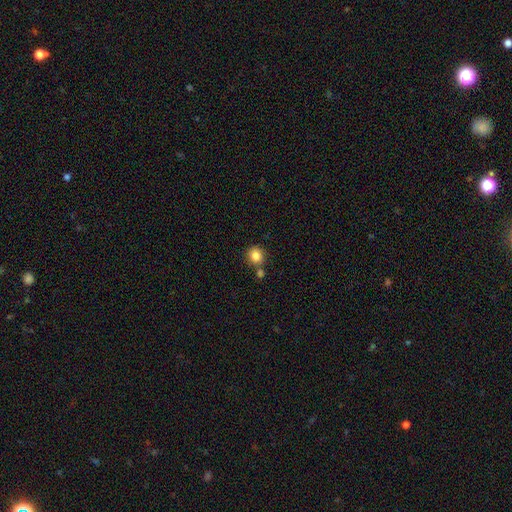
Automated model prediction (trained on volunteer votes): smooth_or_featured: smooth (p=0.85) [alt: star or artifact p=0.10]
how_rounded: round (p=0.87) [alt: in between p=0.12]
merging: none (p=0.73) [alt: merger p=0.15]